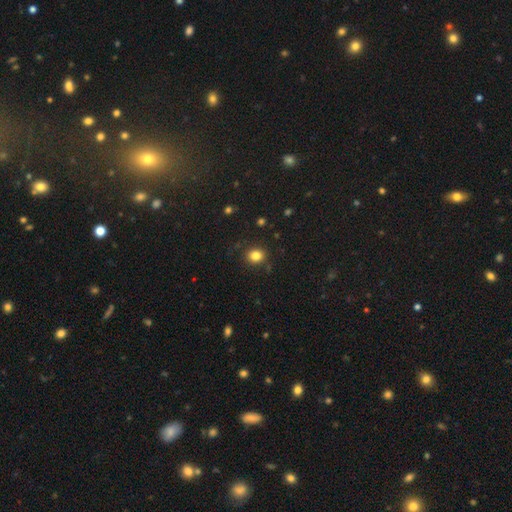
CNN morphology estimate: This is clearly a smooth galaxy (83%). How rounded: likely round (70%). Merging: clearly none (86%).